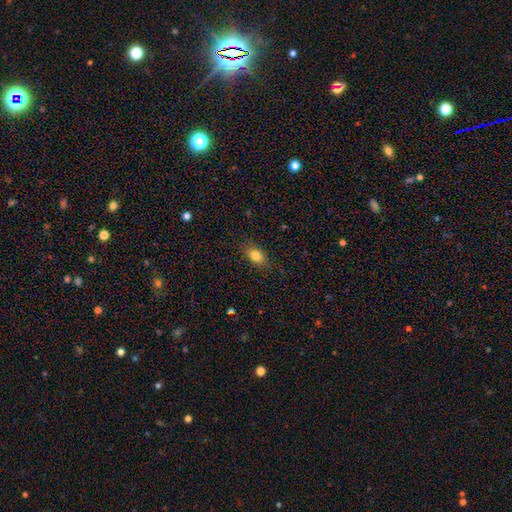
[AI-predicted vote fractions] smooth 82%, star or artifact 10%, featured or disk 8%. Down the decision tree: how rounded — in between (80%); merging — none (84%).